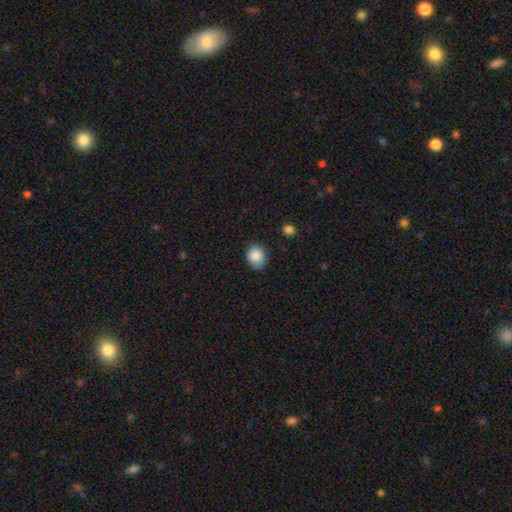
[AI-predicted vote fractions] smooth-or-featured: smooth: 86% | star or artifact: 9% | featured or disk: 5%
  how-rounded: round: 58% | in between: 41% | cigar-shaped: 1%
  merging: none: 82% | minor disturbance: 14% | major disturbance: 3% | merger: 2%